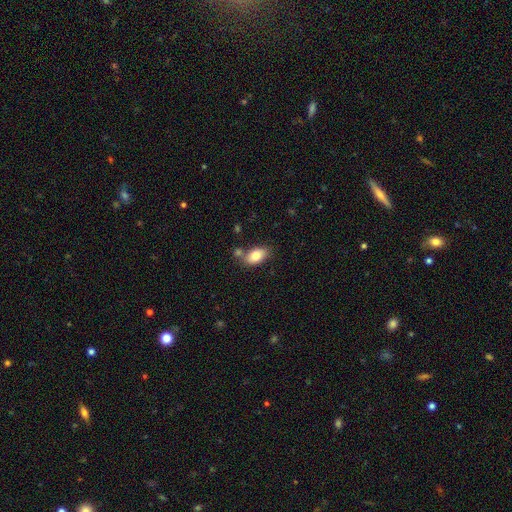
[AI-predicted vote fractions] Smooth or featured?
  - smooth: 82% *
  - featured or disk: 10%
  - star or artifact: 7%
How rounded?
  - in between: 91% *
  - round: 6%
  - cigar-shaped: 3%
Merging?
  - none: 66% *
  - merger: 15%
  - minor disturbance: 15%
  - major disturbance: 4%